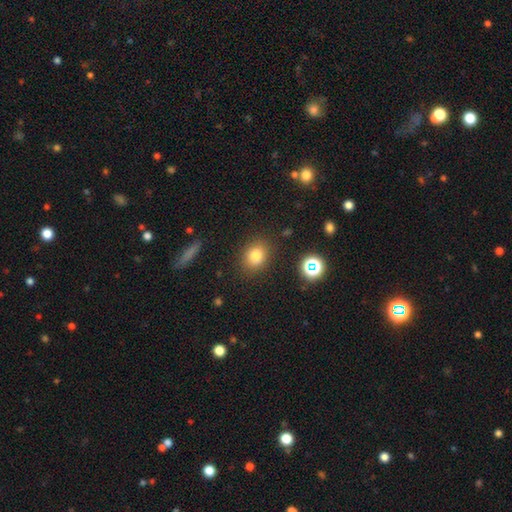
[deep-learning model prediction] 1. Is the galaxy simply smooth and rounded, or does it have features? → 78% smooth, 14% star or artifact, 8% featured or disk.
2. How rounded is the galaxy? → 55% round, 44% in between, 1% cigar-shaped.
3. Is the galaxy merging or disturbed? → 84% none, 10% minor disturbance, 3% major disturbance, 2% merger.